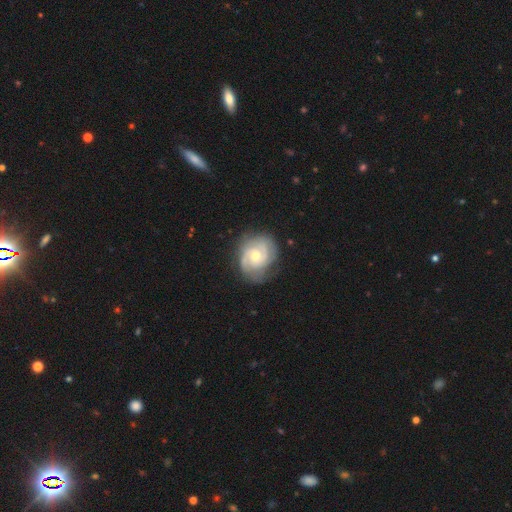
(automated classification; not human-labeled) This is clearly a featured or disk galaxy (81%). It is clearly not viewed edge-on (98%). Bar: likely no (66%). Spiral arm pattern: clearly yes (95%). Spiral arm count: possibly 2 (55%). Spiral winding: possibly tight (53%). Central bulge: possibly moderate (58%). Merging: likely none (72%).